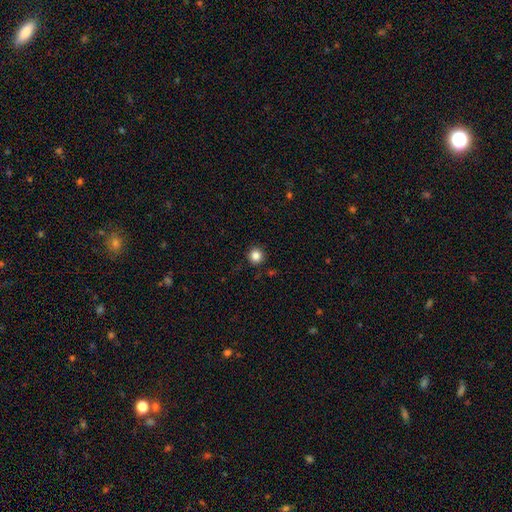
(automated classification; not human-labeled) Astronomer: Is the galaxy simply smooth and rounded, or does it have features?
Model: smooth — 84%.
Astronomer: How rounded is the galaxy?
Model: round — 94%.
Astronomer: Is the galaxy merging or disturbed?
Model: none — 91%.